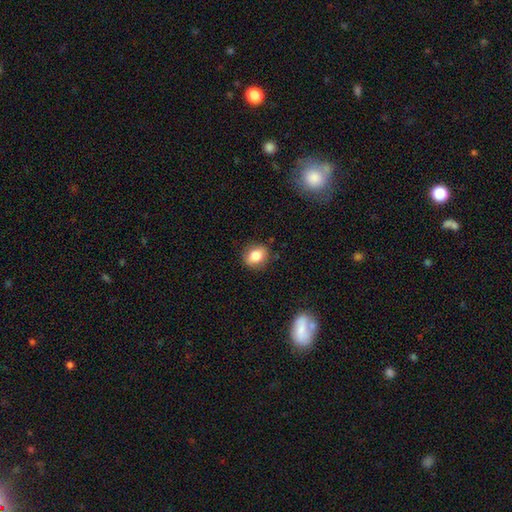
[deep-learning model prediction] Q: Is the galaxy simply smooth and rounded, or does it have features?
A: smooth — 82%.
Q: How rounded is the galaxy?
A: round — 53%.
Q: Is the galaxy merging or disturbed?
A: none — 84%.